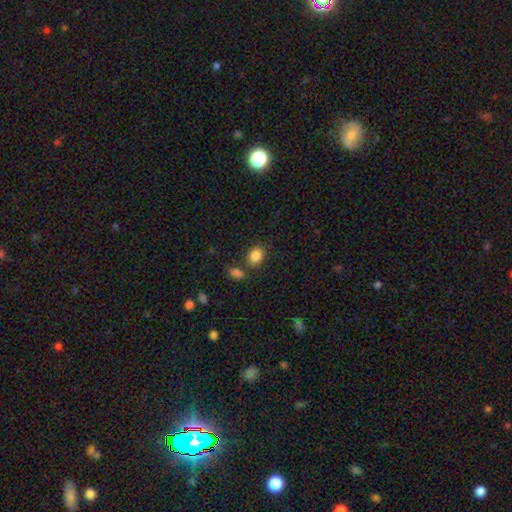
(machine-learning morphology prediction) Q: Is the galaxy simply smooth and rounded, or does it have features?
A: smooth — 86%.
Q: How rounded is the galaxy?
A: in between — 61%.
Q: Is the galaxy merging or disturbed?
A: none — 71%.